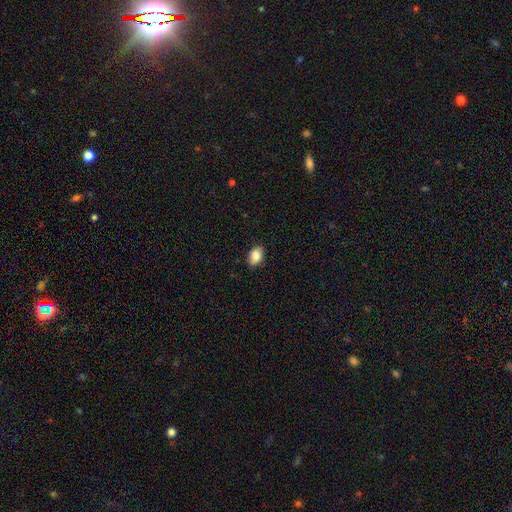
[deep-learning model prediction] This is clearly a smooth galaxy (85%). How rounded: clearly in between (84%). Merging: clearly none (86%).